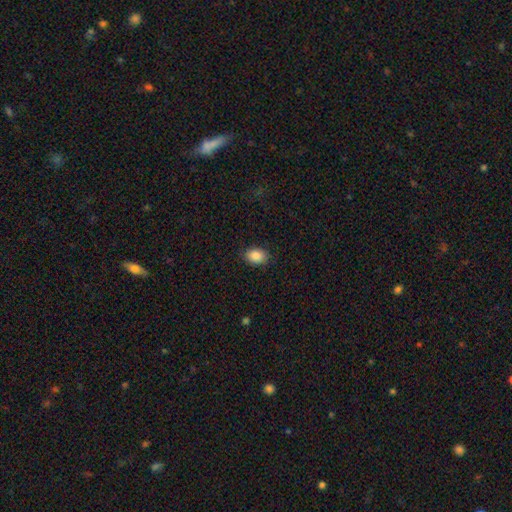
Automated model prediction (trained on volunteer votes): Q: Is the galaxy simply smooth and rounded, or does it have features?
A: smooth — 88%.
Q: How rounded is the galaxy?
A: in between — 81%.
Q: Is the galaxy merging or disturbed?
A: none — 87%.